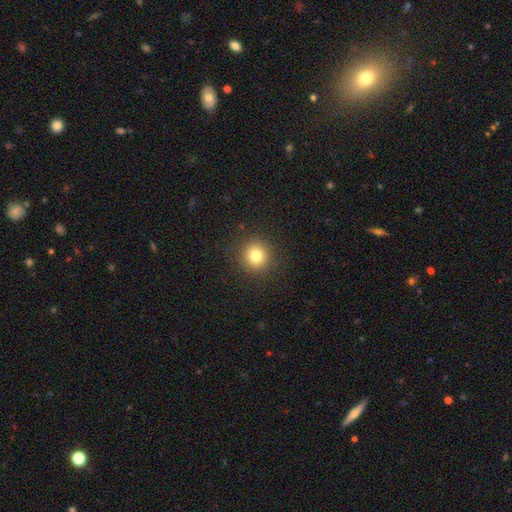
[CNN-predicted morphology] This appears to be a smooth galaxy with no disk features (80%) that is round (93%). Merging: none (91%).